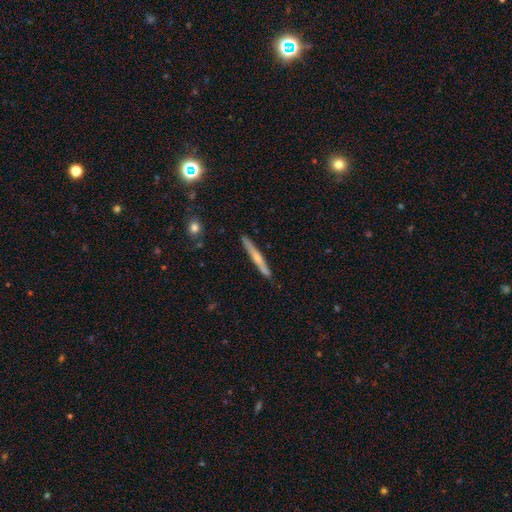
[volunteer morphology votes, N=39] A featured or disk galaxy (77%) viewed edge-on (100%) with a rounded central bulge (90%).

Vote fractions:
- Smooth or featured? featured or disk: 77% / smooth: 15% / star or artifact: 8%
- Edge-on disk? yes: 100% / no: 0%
- Edge-on bulge? rounded: 90% / boxy: 10% / none: 0%
- Merging? none: 92% / minor disturbance: 6% / major disturbance: 3% / merger: 0%